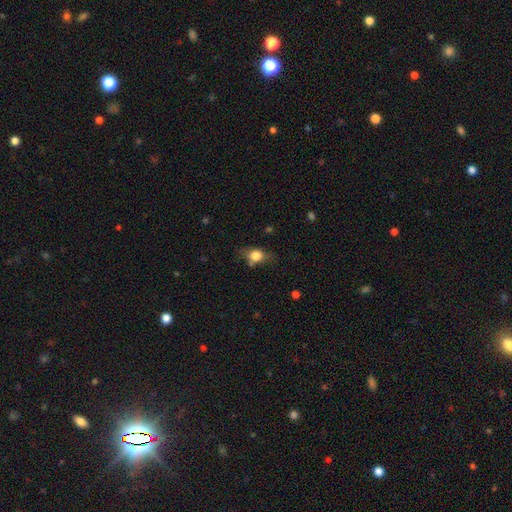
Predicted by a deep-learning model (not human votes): Smooth or featured? Predicted: smooth (p=0.73). How rounded? Predicted: in between (p=0.58). Merging? Predicted: none (p=0.58).